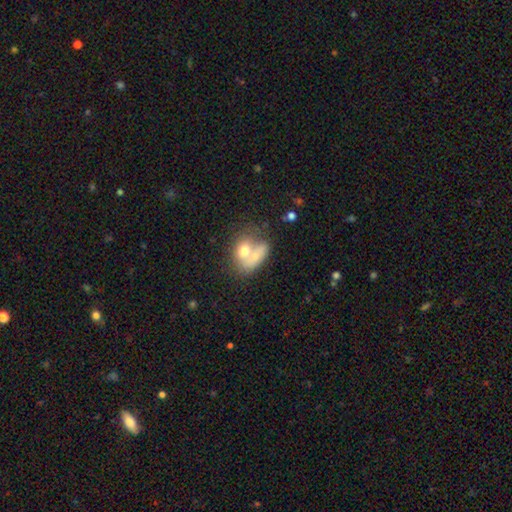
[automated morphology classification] This appears to be a smooth galaxy with no disk features (67%) that is in between round and cigar-shaped (67%). Merging: merger (64%).